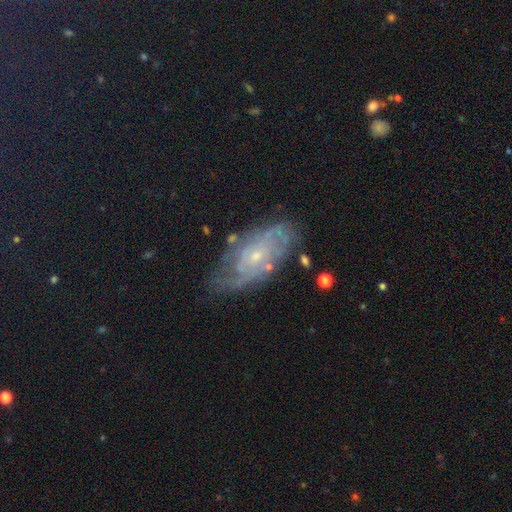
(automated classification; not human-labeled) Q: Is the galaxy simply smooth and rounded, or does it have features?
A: featured or disk — 78%.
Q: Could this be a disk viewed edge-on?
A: no — 93%.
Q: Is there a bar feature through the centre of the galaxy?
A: no — 71%.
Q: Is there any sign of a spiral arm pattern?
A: yes — 86%.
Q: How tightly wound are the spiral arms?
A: tight — 58%.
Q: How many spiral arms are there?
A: can't tell — 49%.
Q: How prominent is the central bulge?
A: small — 75%.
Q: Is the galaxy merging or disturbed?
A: none — 67%.